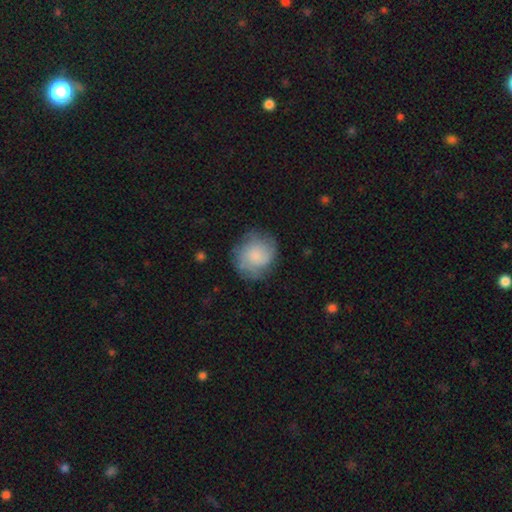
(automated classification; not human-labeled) Smooth or featured?
  - smooth: 58% *
  - featured or disk: 33%
  - star or artifact: 8%
How rounded?
  - round: 81% *
  - in between: 18%
  - cigar-shaped: 1%
Merging?
  - none: 72% *
  - minor disturbance: 19%
  - major disturbance: 8%
  - merger: 1%